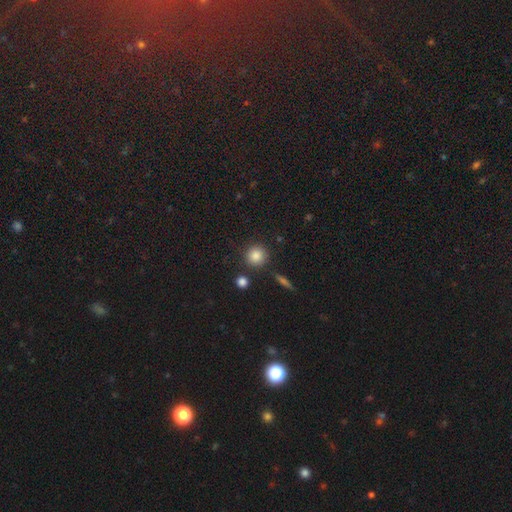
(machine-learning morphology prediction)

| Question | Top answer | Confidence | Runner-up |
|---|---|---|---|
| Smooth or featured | smooth | 85% | star or artifact (9%) |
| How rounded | round | 91% | in between (7%) |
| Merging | none | 83% | minor disturbance (9%) |